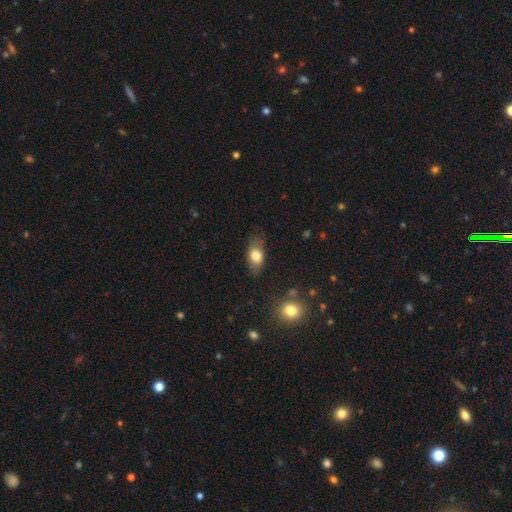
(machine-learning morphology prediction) A smooth galaxy with no disk features (78%) that is in between round and cigar-shaped (81%).

Vote fractions:
- Smooth or featured? smooth: 78% / featured or disk: 14% / star or artifact: 8%
- How rounded? in between: 81% / round: 14% / cigar-shaped: 5%
- Merging? none: 72% / minor disturbance: 21% / major disturbance: 6% / merger: 2%